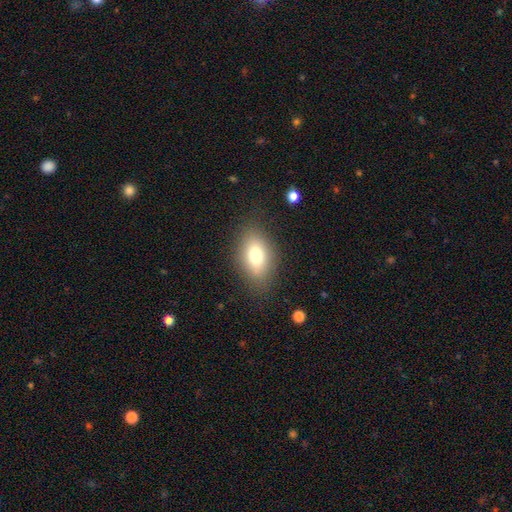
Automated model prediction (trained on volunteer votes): This appears to be a smooth galaxy with no disk features (75%) that is in between round and cigar-shaped (84%). Merging: none (81%).